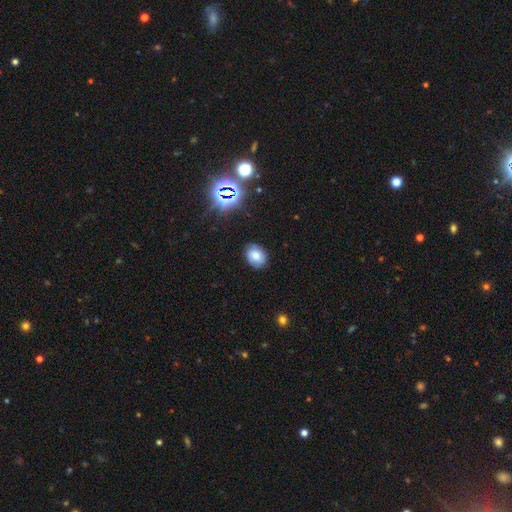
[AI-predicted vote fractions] A smooth galaxy with no disk features (67%) that is in between round and cigar-shaped (52%). Merging: none (82%).